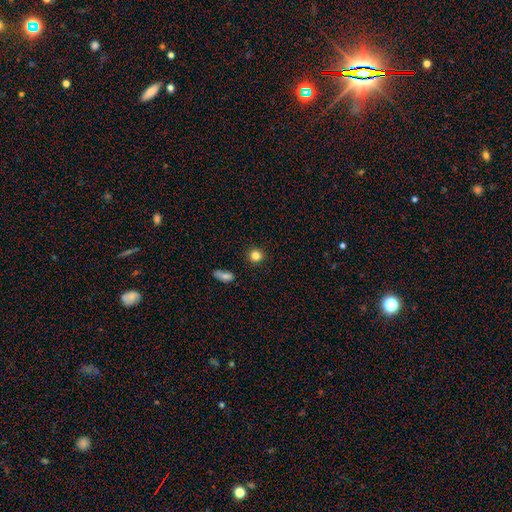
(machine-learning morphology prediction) Overall: smooth (84%). How rounded: round (93%). Merging: none (91%).